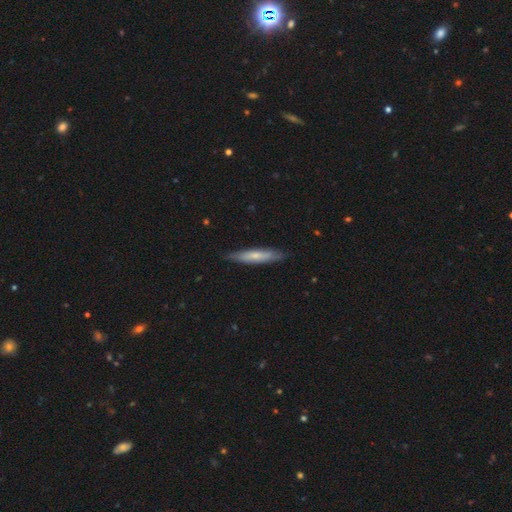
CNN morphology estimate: smooth-or-featured: smooth: 57% | featured or disk: 37% | star or artifact: 5%
  how-rounded: cigar-shaped: 88% | in between: 11% | round: 1%
  merging: none: 85% | minor disturbance: 12% | major disturbance: 2% | merger: 1%